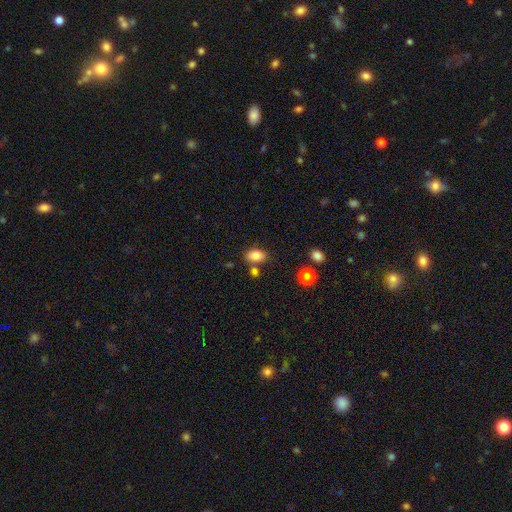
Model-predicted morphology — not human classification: The model was most divided on "merging": none: 69%, minor disturbance: 14%, merger: 13%, major disturbance: 4%. More confident: smooth or featured — smooth (83%); how rounded — in between (81%).